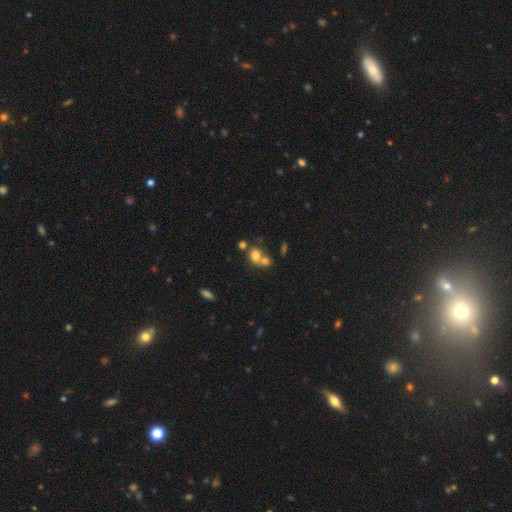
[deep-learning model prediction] A smooth galaxy with no disk features (72%) that is round (58%). Merging: merger (57%).